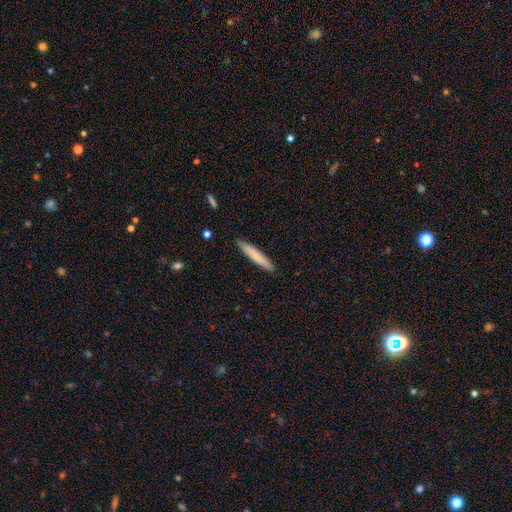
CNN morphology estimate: Overall: smooth (75%). How rounded: cigar-shaped (94%). Merging: none (90%).